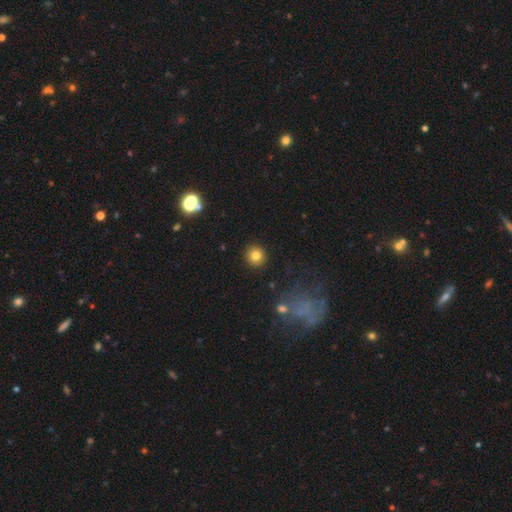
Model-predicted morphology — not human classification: The model was most divided on "smooth or featured": smooth: 81%, star or artifact: 12%, featured or disk: 7%. More confident: how rounded — round (93%); merging — none (92%).